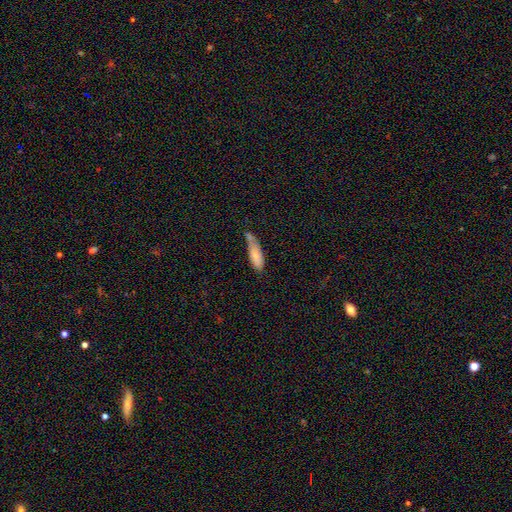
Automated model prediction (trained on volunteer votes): Morphology: type=smooth (72%); roundness=in between (57%); merging=none (38%).